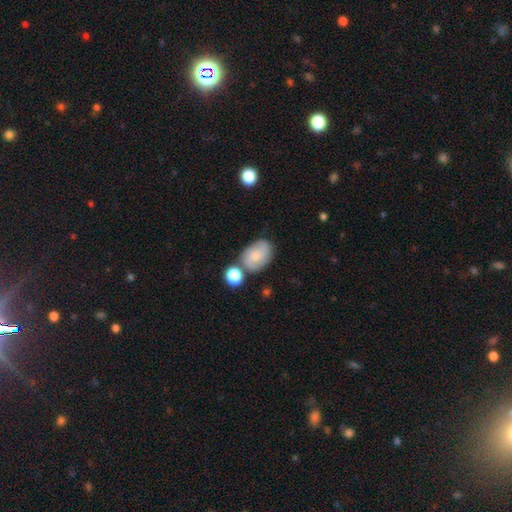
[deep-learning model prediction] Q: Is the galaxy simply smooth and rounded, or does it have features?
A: smooth — 55%.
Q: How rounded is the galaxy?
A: in between — 77%.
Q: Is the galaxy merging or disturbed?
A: none — 62%.